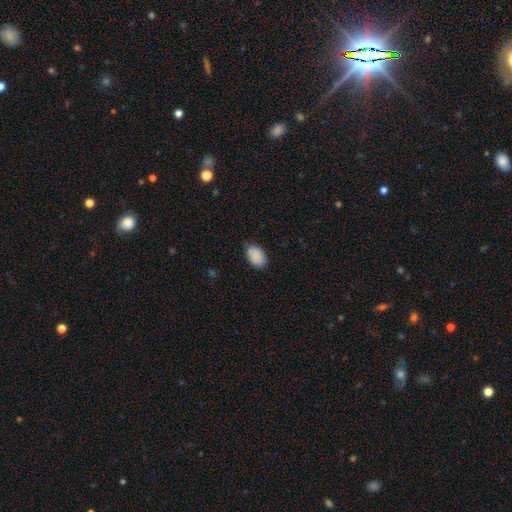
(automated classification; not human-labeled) This appears to be a smooth galaxy with no disk features (90%) that is in between round and cigar-shaped (90%). Merging: none (81%).